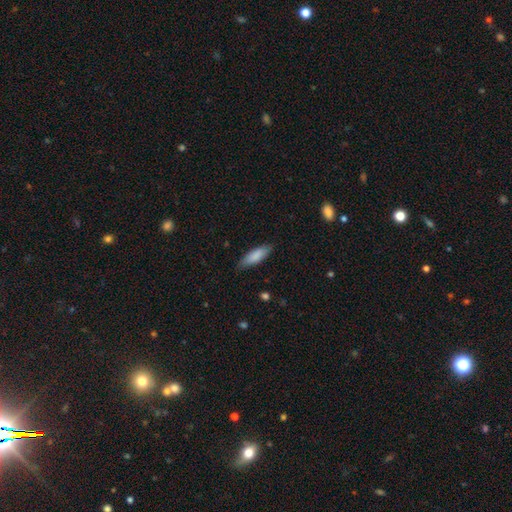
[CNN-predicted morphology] Q: Smooth or featured?
A: smooth (85%); runner-up: featured or disk (9%)
Q: How rounded?
A: in between (54%); runner-up: cigar-shaped (44%)
Q: Merging?
A: none (83%); runner-up: minor disturbance (14%)